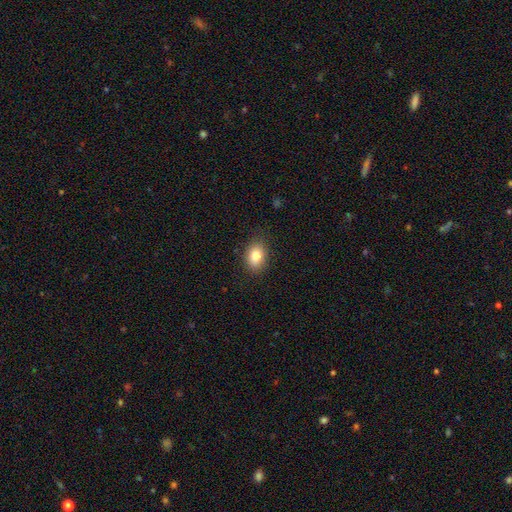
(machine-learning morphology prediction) Smooth or featured: smooth — 83% (star or artifact — 9%)
How rounded: in between — 78% (round — 21%)
Merging: none — 84% (minor disturbance — 12%)